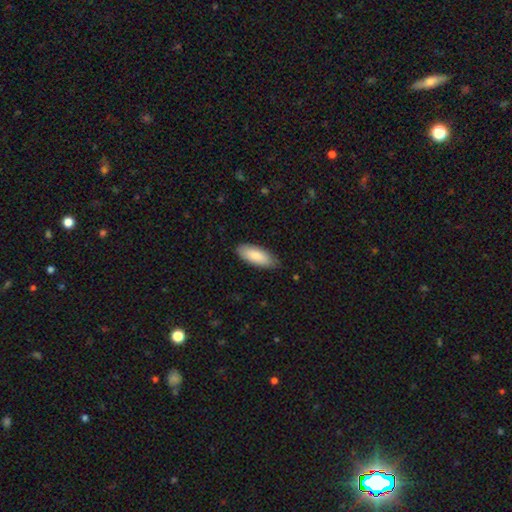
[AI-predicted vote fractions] smooth-or-featured: smooth: 87% | featured or disk: 8% | star or artifact: 5%
  how-rounded: in between: 79% | cigar-shaped: 19% | round: 1%
  merging: none: 81% | minor disturbance: 16% | major disturbance: 2% | merger: 1%